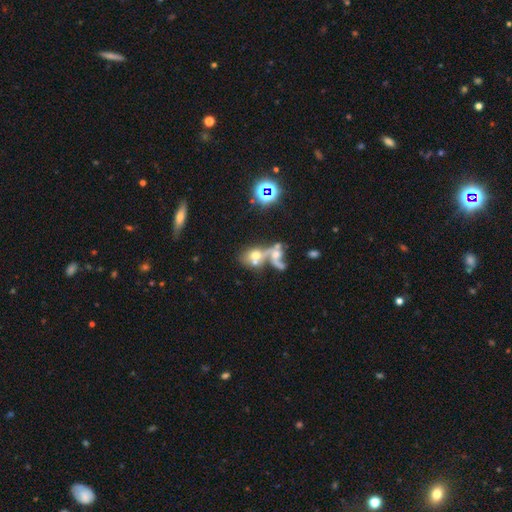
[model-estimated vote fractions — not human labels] A smooth galaxy with no disk features (49%).

Vote fractions:
- Smooth or featured? smooth: 49% / featured or disk: 34% / star or artifact: 17%
- Merging? merger: 66% / none: 17% / major disturbance: 10% / minor disturbance: 7%